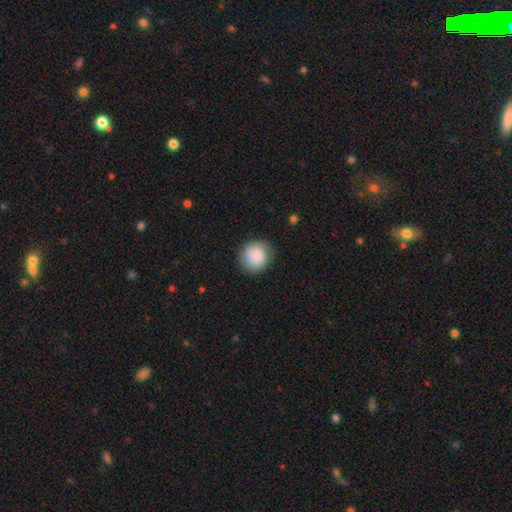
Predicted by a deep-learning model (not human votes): This is clearly a smooth galaxy (84%). How rounded: clearly round (89%). Merging: clearly none (81%).